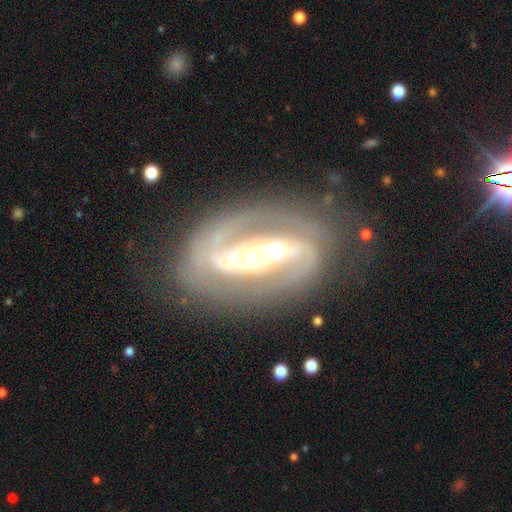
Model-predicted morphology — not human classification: This appears to be a featured or disk galaxy (90%) with a strong bar (66%), 2 (90%) medium (48%) spiral arms (94%) and a moderate central bulge (60%). Merging: none (73%).